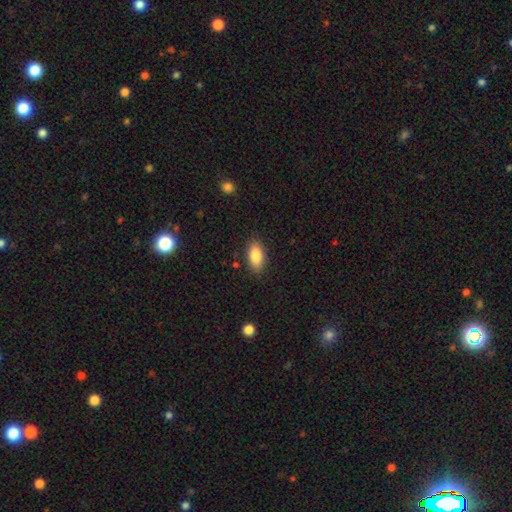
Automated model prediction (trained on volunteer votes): Overall: smooth (85%). How rounded: in between (90%). Merging: none (86%).